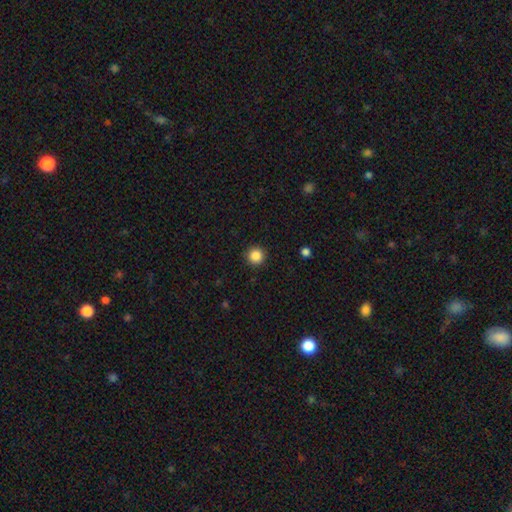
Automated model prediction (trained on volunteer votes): Smooth or featured?
  - smooth: 87% *
  - star or artifact: 10%
  - featured or disk: 3%
How rounded?
  - round: 96% *
  - in between: 3%
  - cigar-shaped: 1%
Merging?
  - none: 92% *
  - minor disturbance: 5%
  - major disturbance: 2%
  - merger: 1%